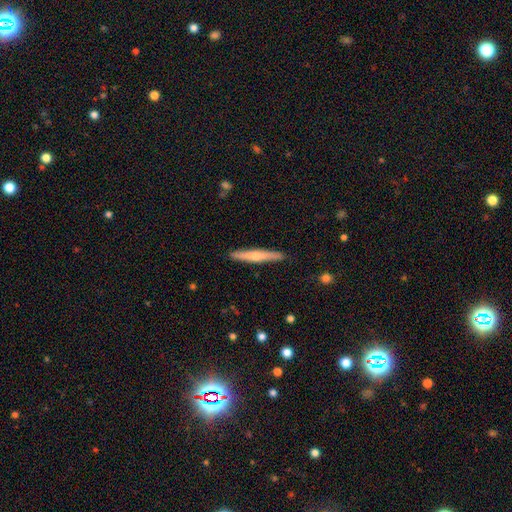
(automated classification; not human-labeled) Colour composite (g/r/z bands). It shows a smooth galaxy with no disk features (52%) that is cigar-shaped (95%). Merging: none (89%).